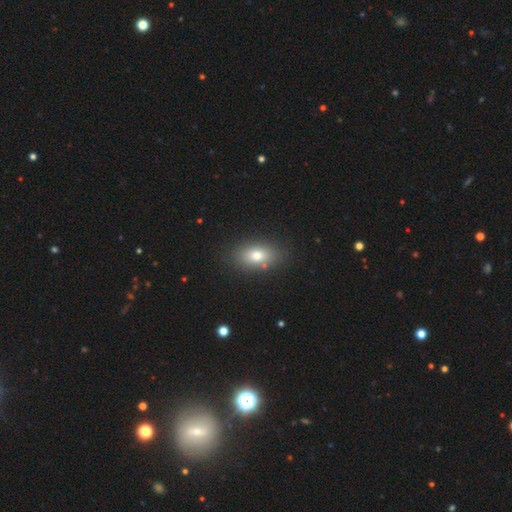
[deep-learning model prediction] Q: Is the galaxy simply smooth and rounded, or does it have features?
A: smooth — 74%.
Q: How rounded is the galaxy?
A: in between — 85%.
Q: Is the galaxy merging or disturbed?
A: none — 84%.